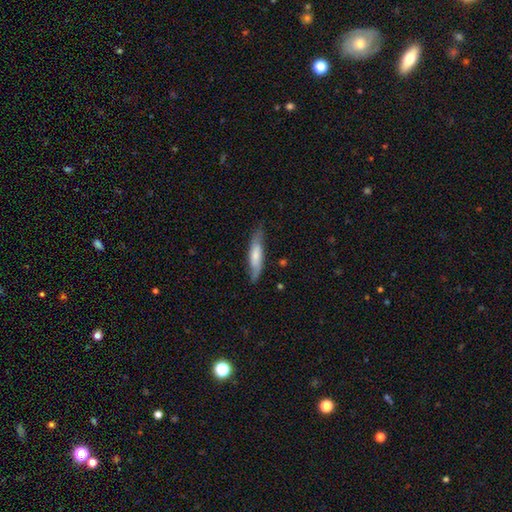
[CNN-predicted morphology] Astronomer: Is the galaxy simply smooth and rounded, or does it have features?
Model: smooth — 59% (runner-up: featured or disk, 35%).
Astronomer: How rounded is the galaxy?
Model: cigar-shaped — 74%.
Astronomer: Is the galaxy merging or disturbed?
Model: none — 73%.